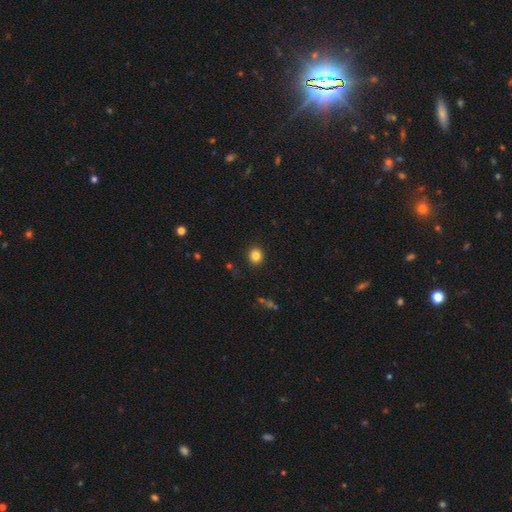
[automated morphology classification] A smooth galaxy with no disk features (83%) that is round (82%).

Vote fractions:
- Smooth or featured? smooth: 83% / star or artifact: 12% / featured or disk: 5%
- How rounded? round: 82% / in between: 17% / cigar-shaped: 1%
- Merging? none: 90% / minor disturbance: 7% / major disturbance: 2% / merger: 1%